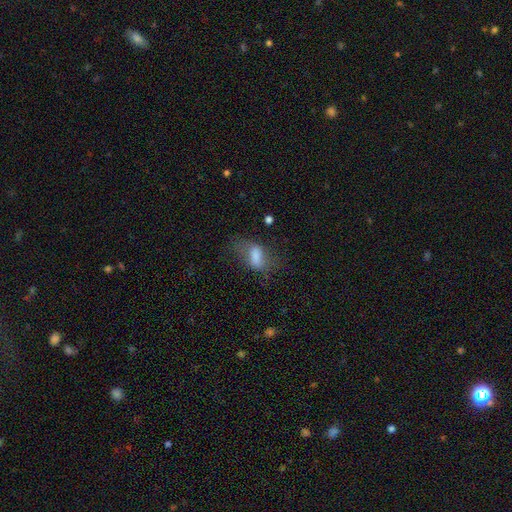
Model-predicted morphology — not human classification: smooth-or-featured: smooth: 60% | featured or disk: 29% | star or artifact: 11%
  how-rounded: in between: 79% | cigar-shaped: 14% | round: 7%
  merging: none: 50% | minor disturbance: 25% | major disturbance: 23% | merger: 3%